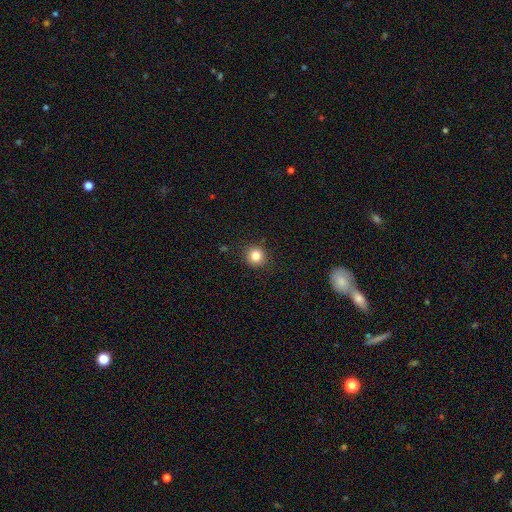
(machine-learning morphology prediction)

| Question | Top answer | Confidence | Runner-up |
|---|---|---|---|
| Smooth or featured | smooth | 83% | star or artifact (11%) |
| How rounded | round | 91% | in between (8%) |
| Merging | none | 90% | minor disturbance (7%) |